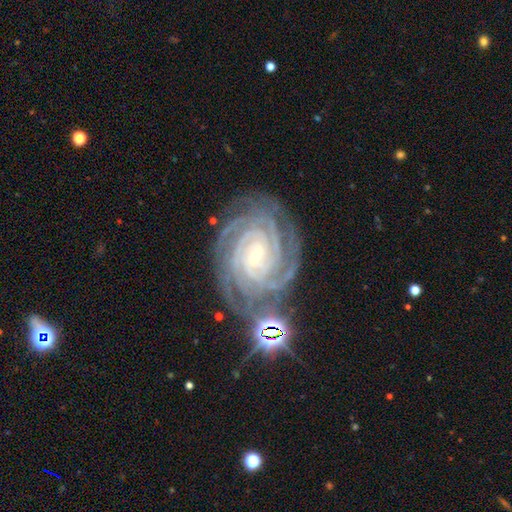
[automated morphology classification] Smooth or featured: featured or disk — 92% (star or artifact — 5%)
Edge-on disk: no — 98% (yes — 2%)
Bar: weak — 39% (no — 38%)
Spiral arms: yes — 99% (no — 1%)
Spiral winding: tight — 86% (medium — 13%)
Spiral arm count: 4 — 38% (more than 4 — 21%)
Bulge size: small — 77% (moderate — 20%)
Merging: none — 75% (minor disturbance — 14%)